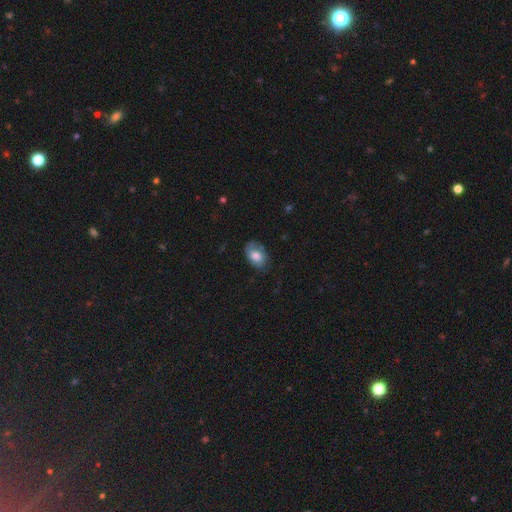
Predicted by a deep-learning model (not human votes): smooth_or_featured: smooth (p=0.71) [alt: featured or disk p=0.21]
how_rounded: in between (p=0.86) [alt: round p=0.13]
merging: none (p=0.62) [alt: minor disturbance p=0.27]